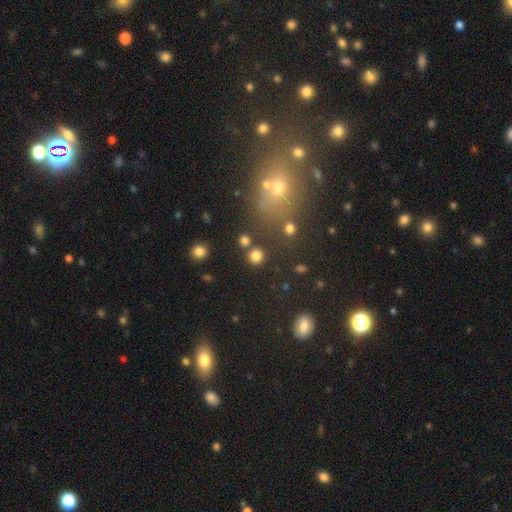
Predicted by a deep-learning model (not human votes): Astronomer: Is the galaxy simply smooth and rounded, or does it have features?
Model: smooth — 81%.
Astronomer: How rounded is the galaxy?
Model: round — 91%.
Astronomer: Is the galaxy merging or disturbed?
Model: none — 83%.